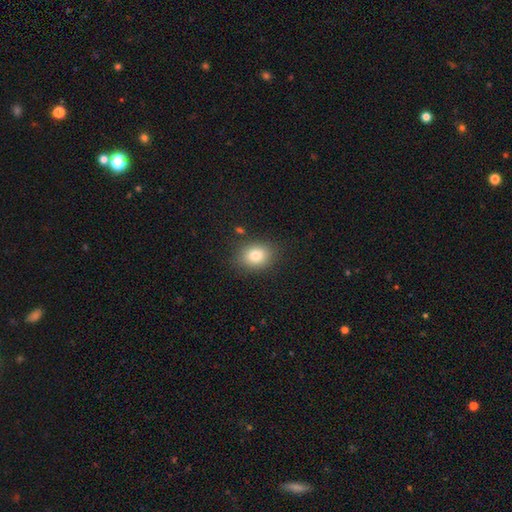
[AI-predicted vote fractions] A smooth galaxy with no disk features (80%) that is in between round and cigar-shaped (50%). Merging: none (84%).